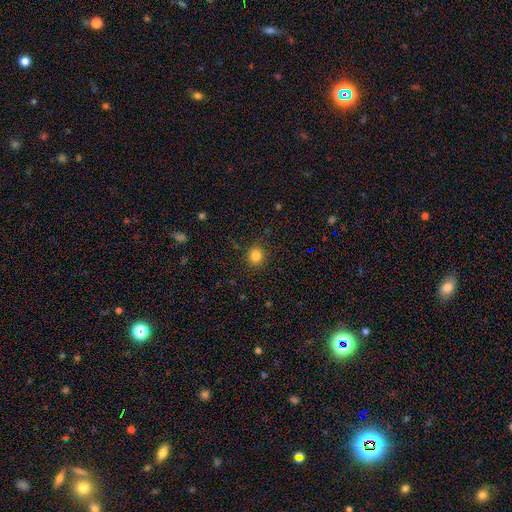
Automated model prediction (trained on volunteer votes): A smooth galaxy with no disk features (83%) that is round (79%).

Vote fractions:
- Smooth or featured? smooth: 83% / star or artifact: 12% / featured or disk: 5%
- How rounded? round: 79% / in between: 20% / cigar-shaped: 1%
- Merging? none: 89% / minor disturbance: 8% / major disturbance: 2% / merger: 1%